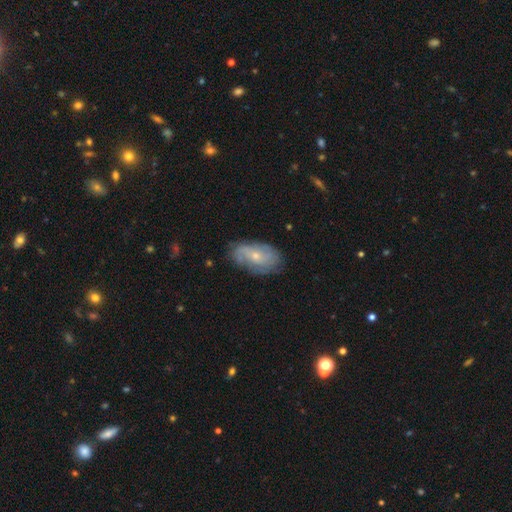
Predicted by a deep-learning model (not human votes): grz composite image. It shows a featured or disk galaxy (62%) with no bar (69%), spiral arms (80%) and a small central bulge (65%). Merging: none (70%).